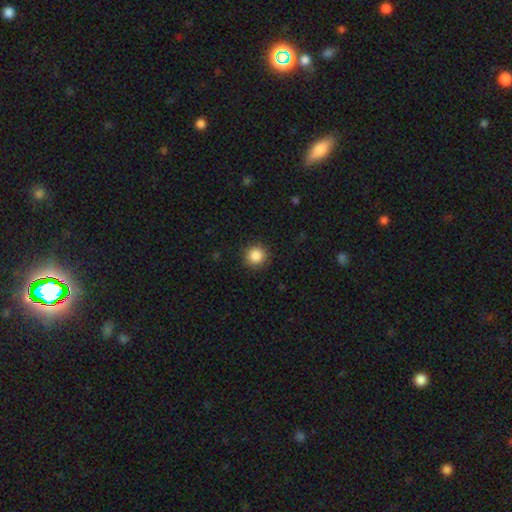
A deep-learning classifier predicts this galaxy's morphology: This appears to be a smooth galaxy with no disk features (87%) that is round (94%). Merging: none (90%).